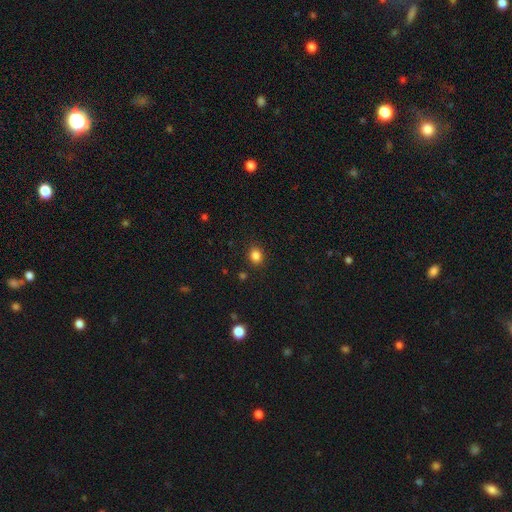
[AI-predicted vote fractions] Q: Smooth or featured?
A: smooth (84%); runner-up: star or artifact (12%)
Q: How rounded?
A: round (61%); runner-up: in between (38%)
Q: Merging?
A: none (89%); runner-up: minor disturbance (8%)